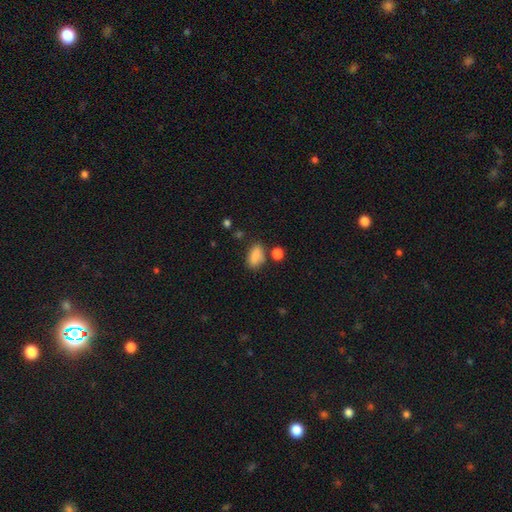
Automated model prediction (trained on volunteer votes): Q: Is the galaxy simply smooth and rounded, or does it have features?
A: smooth — 85%.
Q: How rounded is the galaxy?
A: in between — 87%.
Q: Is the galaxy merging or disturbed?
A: none — 67%.